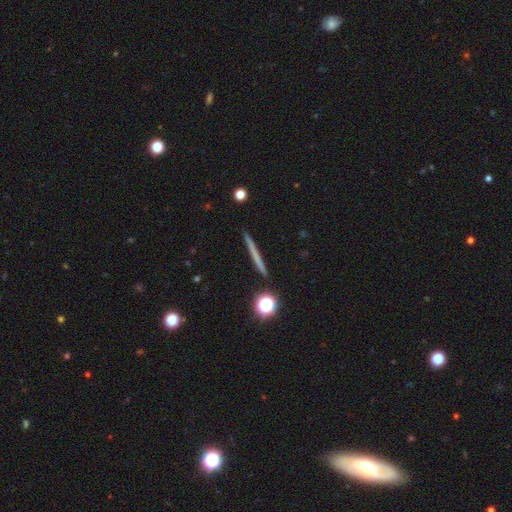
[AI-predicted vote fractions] smooth_or_featured: smooth (p=0.52) [alt: featured or disk p=0.39]
how_rounded: cigar-shaped (p=0.95) [alt: round p=0.03]
merging: none (p=0.92) [alt: minor disturbance p=0.06]